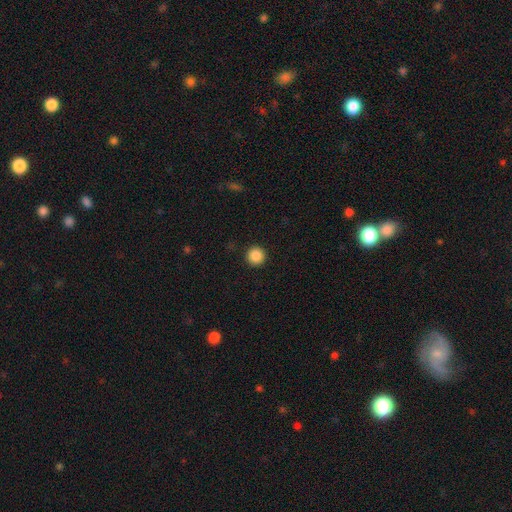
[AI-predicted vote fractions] smooth-or-featured: smooth: 88% | star or artifact: 9% | featured or disk: 3%
  how-rounded: round: 96% | in between: 3% | cigar-shaped: 1%
  merging: none: 93% | minor disturbance: 4% | major disturbance: 2% | merger: 1%